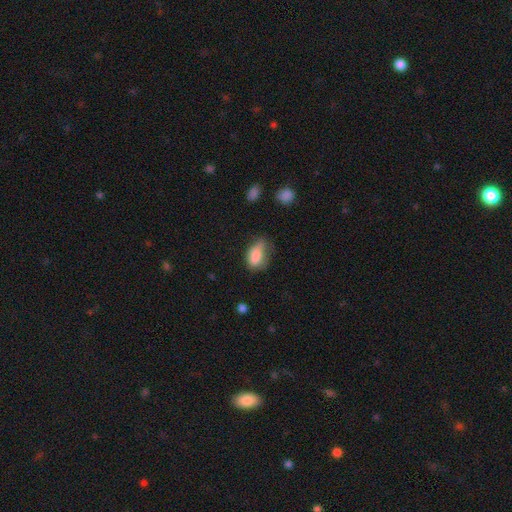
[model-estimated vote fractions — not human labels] Smooth or featured?
  - smooth: 81% *
  - featured or disk: 11%
  - star or artifact: 8%
How rounded?
  - in between: 87% *
  - round: 8%
  - cigar-shaped: 5%
Merging?
  - minor disturbance: 40% *
  - none: 33%
  - major disturbance: 23%
  - merger: 4%